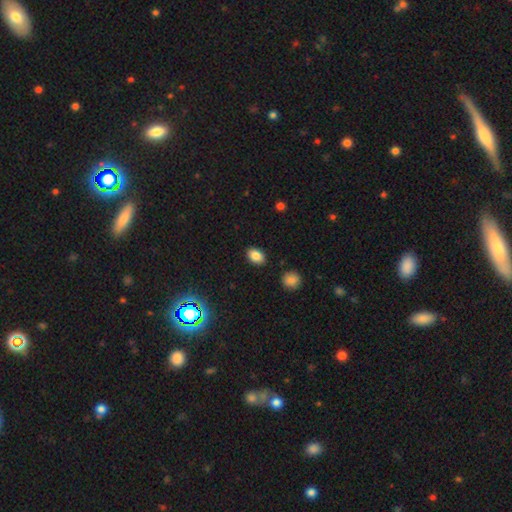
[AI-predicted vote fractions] This appears to be a smooth galaxy with no disk features (85%) that is in between round and cigar-shaped (84%). Merging: none (87%).